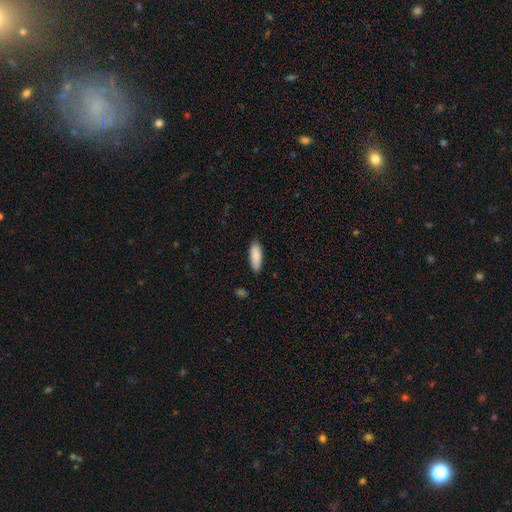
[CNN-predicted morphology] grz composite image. It shows a smooth galaxy with no disk features (89%) that is in between round and cigar-shaped (67%). Merging: none (87%).